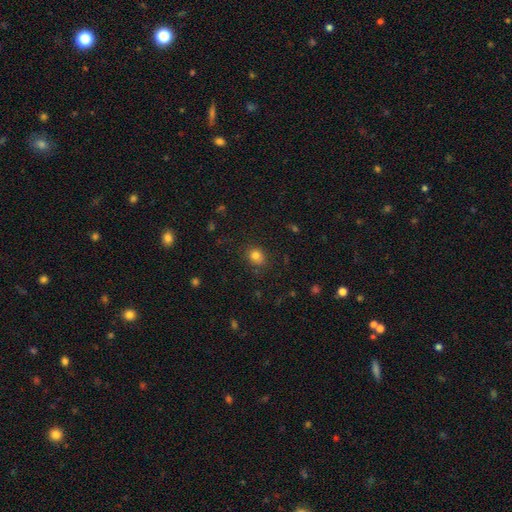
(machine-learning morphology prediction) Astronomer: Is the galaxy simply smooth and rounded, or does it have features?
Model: smooth — 81%.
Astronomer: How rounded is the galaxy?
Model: round — 68%.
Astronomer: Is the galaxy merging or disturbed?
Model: none — 81%.